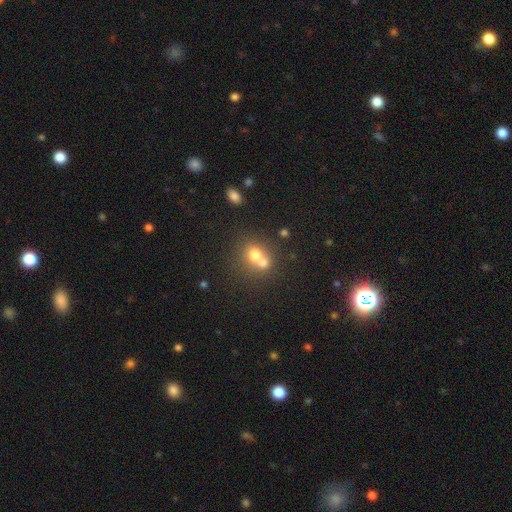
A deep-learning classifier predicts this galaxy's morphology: This appears to be a smooth galaxy with no disk features (66%) that is round (74%). Merging: merger (57%).